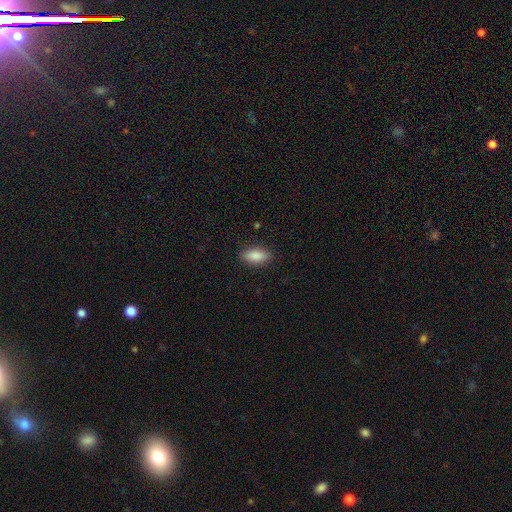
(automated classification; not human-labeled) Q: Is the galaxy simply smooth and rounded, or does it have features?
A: smooth — 87%.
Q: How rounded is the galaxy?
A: in between — 87%.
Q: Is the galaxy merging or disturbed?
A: none — 88%.